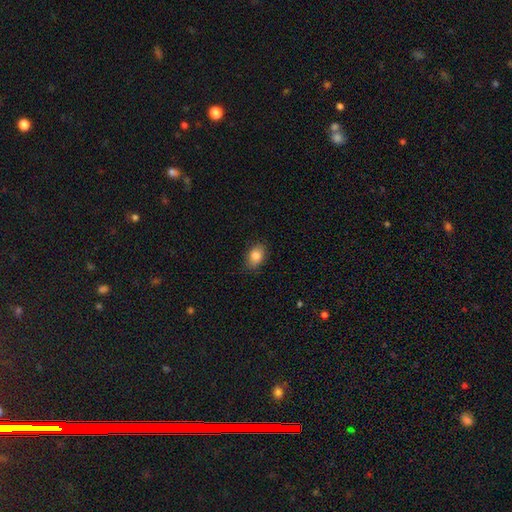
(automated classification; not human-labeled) This appears to be a smooth galaxy with no disk features (85%) that is in between round and cigar-shaped (83%). Merging: none (83%).